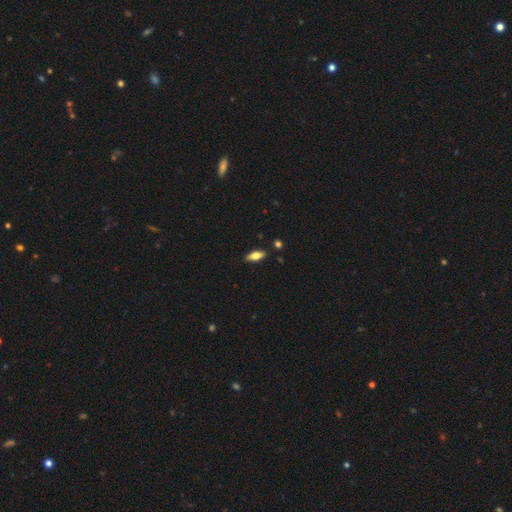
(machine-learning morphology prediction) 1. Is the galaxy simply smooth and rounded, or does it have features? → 70% smooth, 23% featured or disk, 7% star or artifact.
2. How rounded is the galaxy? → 76% in between, 21% cigar-shaped, 3% round.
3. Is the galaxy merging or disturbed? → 86% none, 10% minor disturbance, 2% merger, 2% major disturbance.